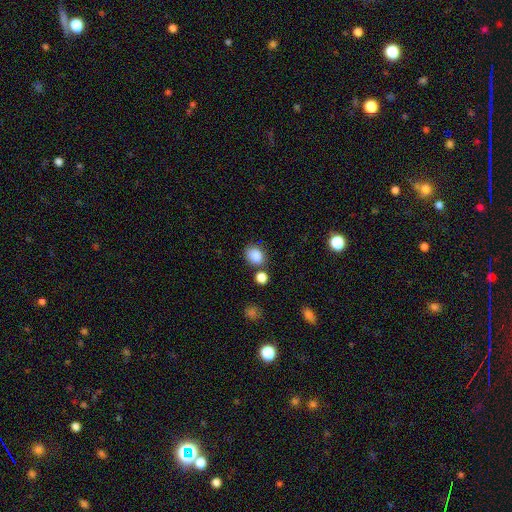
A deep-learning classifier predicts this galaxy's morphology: Overall: smooth (85%). How rounded: round (51%; in between 48%). Merging: none (71%).